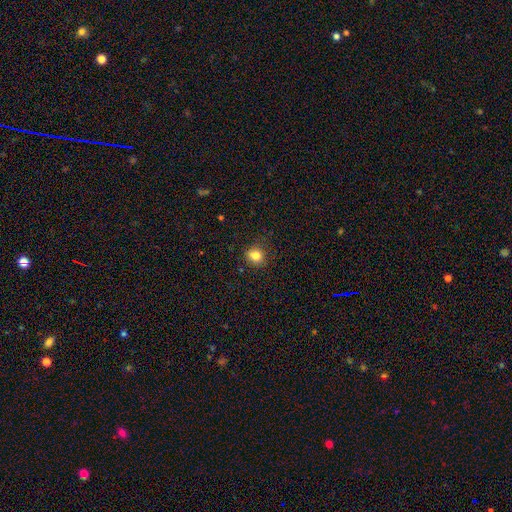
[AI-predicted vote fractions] Smooth or featured? Predicted: smooth (p=0.82). How rounded? Predicted: round (p=0.78). Merging? Predicted: none (p=0.83).